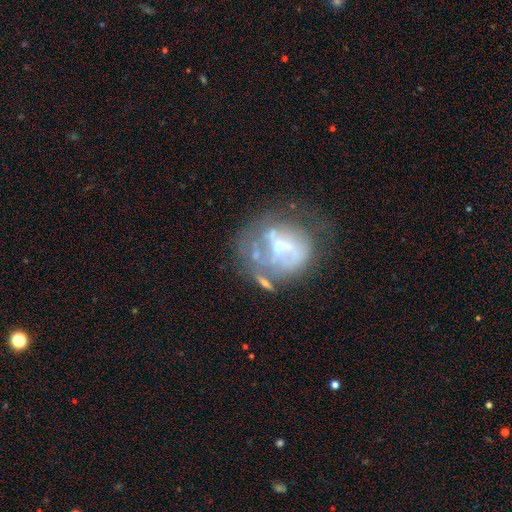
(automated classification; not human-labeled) A featured or disk galaxy (63%) with no bar (47%), spiral arms (52%) and a small central bulge (46%).

Vote fractions:
- Smooth or featured? featured or disk: 63% / smooth: 22% / star or artifact: 15%
- Edge-on disk? no: 97% / yes: 3%
- Bar? no: 47% / weak: 37% / strong: 16%
- Spiral arms? yes: 52% / no: 48%
- Bulge size? small: 46% / moderate: 37% / none: 10% / large: 5% / dominant: 2%
- Merging? none: 53% / minor disturbance: 20% / major disturbance: 20% / merger: 7%